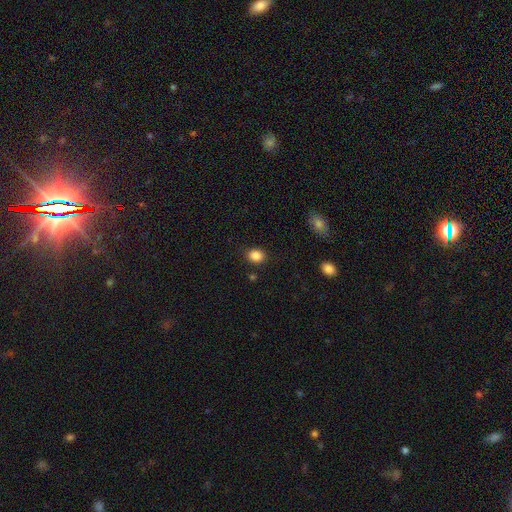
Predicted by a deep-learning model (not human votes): The model was most divided on "how rounded": round: 56%, in between: 43%, cigar-shaped: 1%. More confident: merging — none (86%); smooth or featured — smooth (86%).